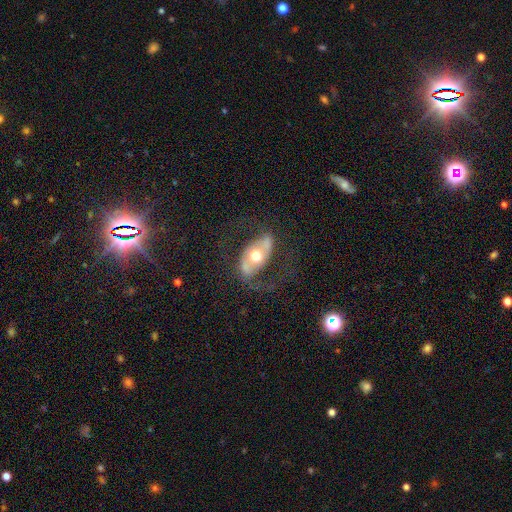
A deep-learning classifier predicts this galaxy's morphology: Smooth or featured? Predicted: featured or disk (p=0.68). Edge-on disk? Predicted: no (p=0.88). Bar? Predicted: no (p=0.62). Spiral arms? Predicted: yes (p=0.65). Bulge size? Predicted: moderate (p=0.70). Merging? Predicted: none (p=0.63).